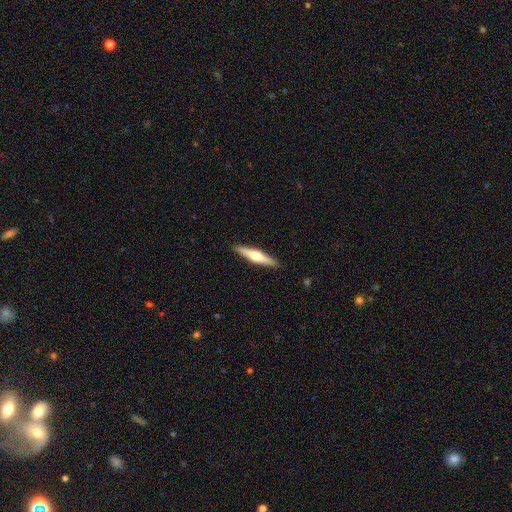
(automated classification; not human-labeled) A featured or disk galaxy (64%) viewed edge-on (97%) with a rounded central bulge (93%).

Vote fractions:
- Smooth or featured? featured or disk: 64% / smooth: 31% / star or artifact: 5%
- Edge-on disk? yes: 97% / no: 3%
- Edge-on bulge? rounded: 93% / boxy: 4% / none: 3%
- Merging? none: 92% / minor disturbance: 6% / major disturbance: 1% / merger: 1%